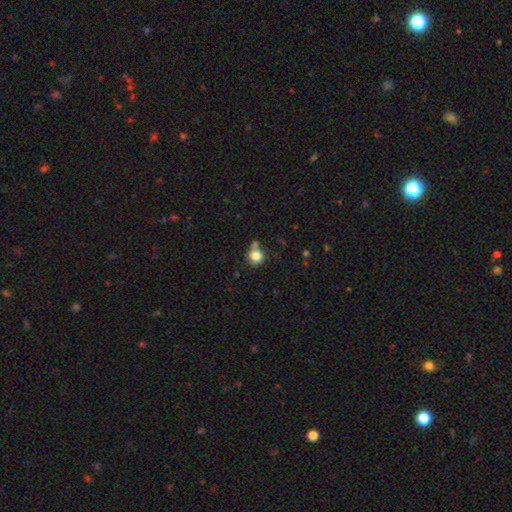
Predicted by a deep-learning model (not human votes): A smooth galaxy with no disk features (82%) that is round (85%).

Vote fractions:
- Smooth or featured? smooth: 82% / star or artifact: 10% / featured or disk: 7%
- How rounded? round: 85% / in between: 14% / cigar-shaped: 1%
- Merging? none: 53% / merger: 23% / minor disturbance: 17% / major disturbance: 7%